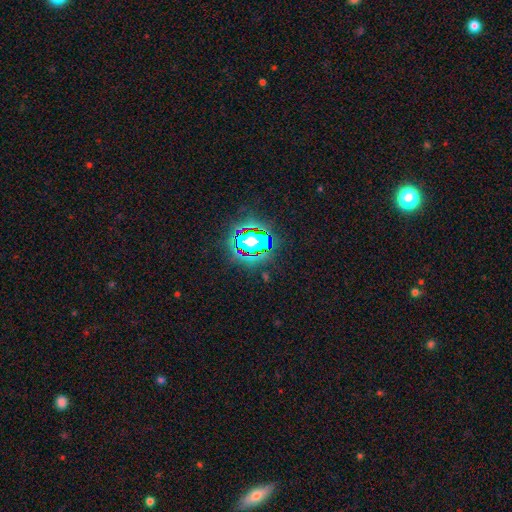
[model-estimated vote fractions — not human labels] Smooth or featured?
  - star or artifact: 81% *
  - smooth: 12%
  - featured or disk: 7%